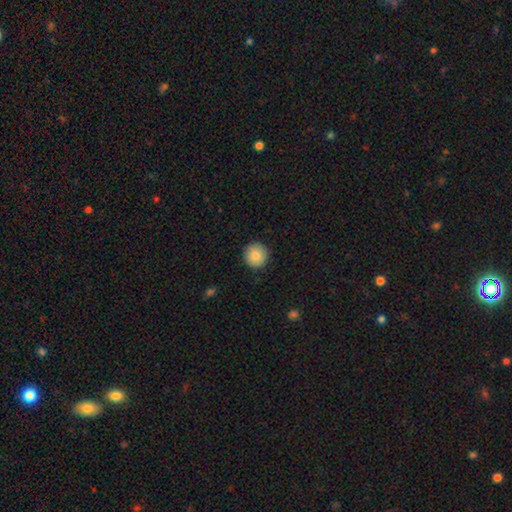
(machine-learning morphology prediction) Smooth or featured? Predicted: smooth (p=0.87). How rounded? Predicted: round (p=0.95). Merging? Predicted: none (p=0.89).